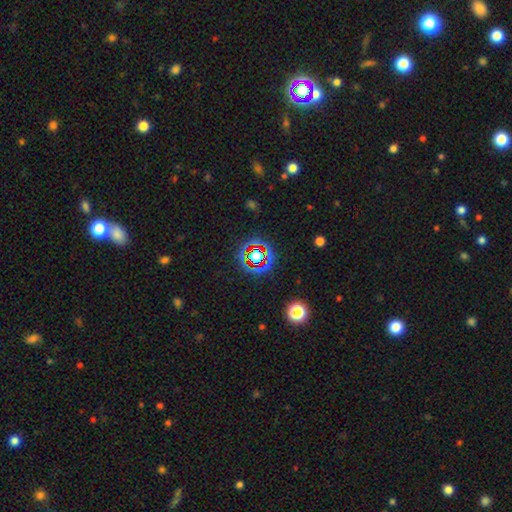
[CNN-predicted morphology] The model was most divided on "smooth or featured": star or artifact: 72%, smooth: 17%, featured or disk: 11%.